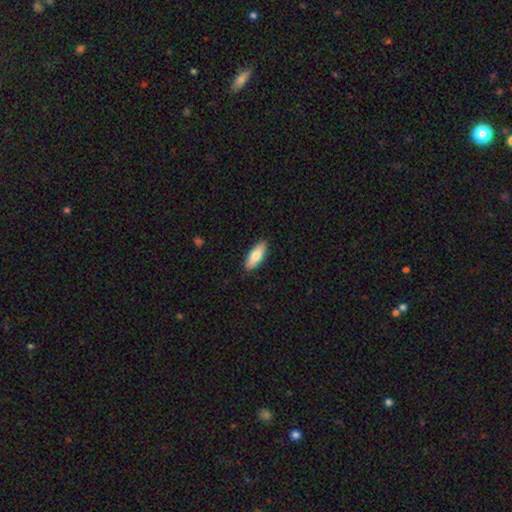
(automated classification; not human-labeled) Smooth or featured?
  - smooth: 78% *
  - featured or disk: 16%
  - star or artifact: 5%
How rounded?
  - in between: 72% *
  - cigar-shaped: 26%
  - round: 2%
Merging?
  - none: 90% *
  - minor disturbance: 8%
  - major disturbance: 2%
  - merger: 1%